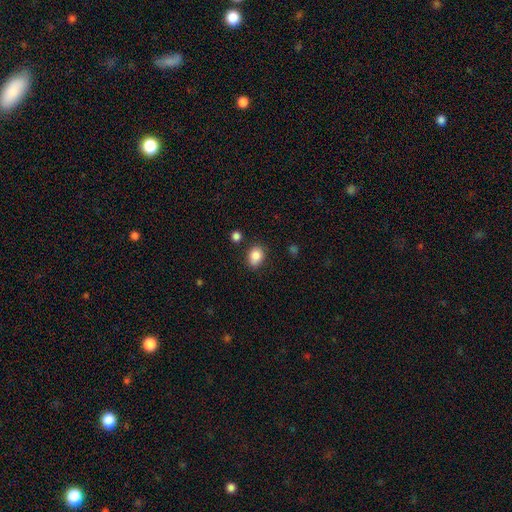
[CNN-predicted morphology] Smooth or featured? Predicted: smooth (p=0.86). How rounded? Predicted: in between (p=0.61). Merging? Predicted: none (p=0.76).